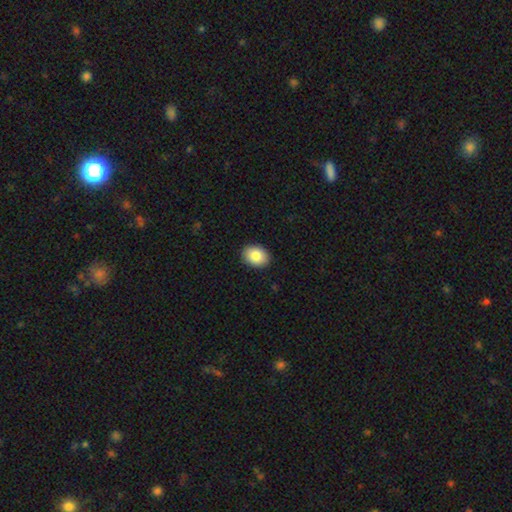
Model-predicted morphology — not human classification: smooth 85%, featured or disk 8%, star or artifact 7%. Down the decision tree: how rounded — in between (70%); merging — none (90%).